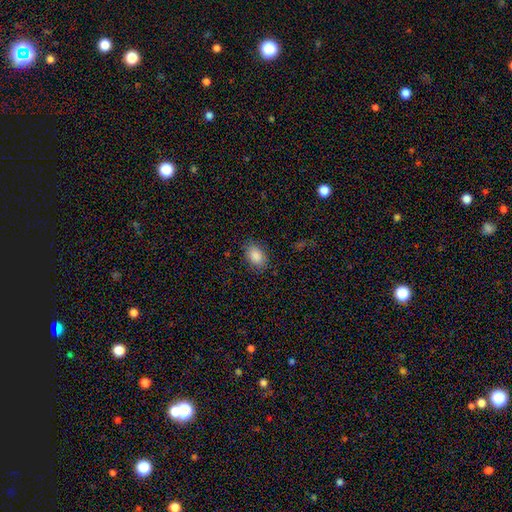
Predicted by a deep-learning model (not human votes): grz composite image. It shows a smooth galaxy with no disk features (87%) that is in between round and cigar-shaped (83%). Merging: none (85%).